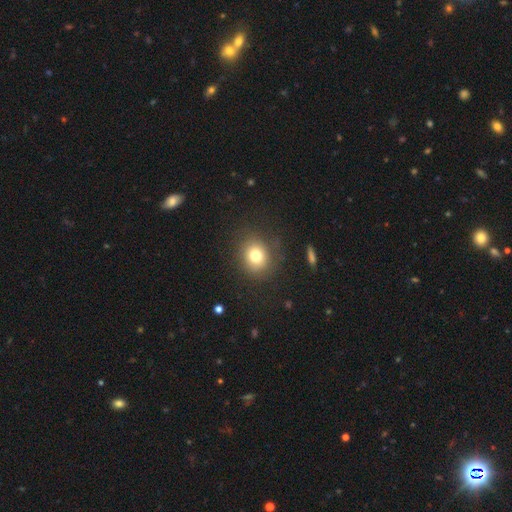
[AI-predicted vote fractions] A smooth galaxy with no disk features (77%) that is round (74%).

Vote fractions:
- Smooth or featured? smooth: 77% / star or artifact: 12% / featured or disk: 11%
- How rounded? round: 74% / in between: 25% / cigar-shaped: 1%
- Merging? none: 83% / minor disturbance: 11% / major disturbance: 5% / merger: 1%